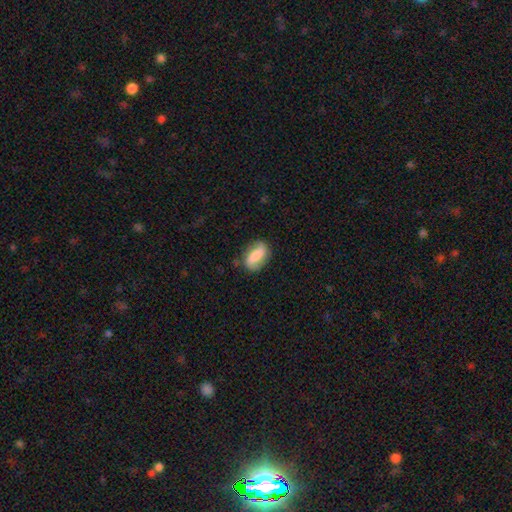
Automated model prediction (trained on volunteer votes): smooth 64%, featured or disk 28%, star or artifact 7%. Down the decision tree: how rounded — in between (83%); merging — none (75%).